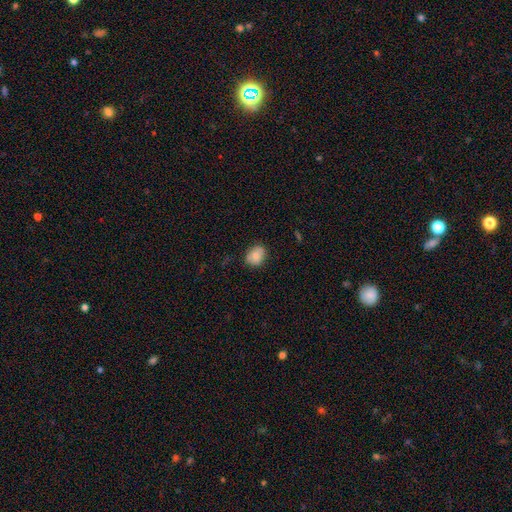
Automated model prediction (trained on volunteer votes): smooth-or-featured: smooth: 79% | featured or disk: 12% | star or artifact: 9%
  how-rounded: round: 51% | in between: 48% | cigar-shaped: 1%
  merging: none: 76% | minor disturbance: 19% | major disturbance: 4% | merger: 1%